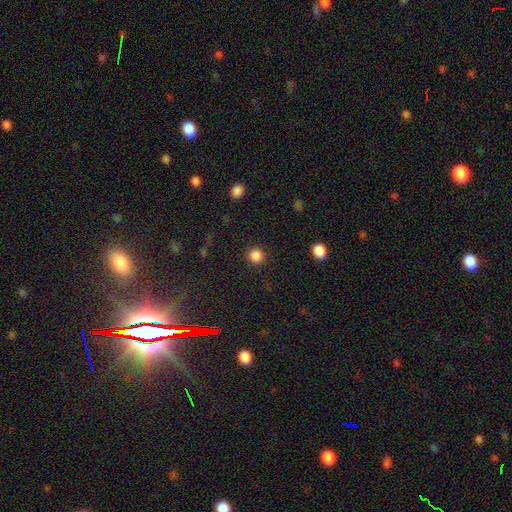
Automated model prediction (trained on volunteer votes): smooth_or_featured: smooth (p=0.86) [alt: star or artifact p=0.11]
how_rounded: round (p=0.90) [alt: in between p=0.09]
merging: none (p=0.90) [alt: minor disturbance p=0.06]